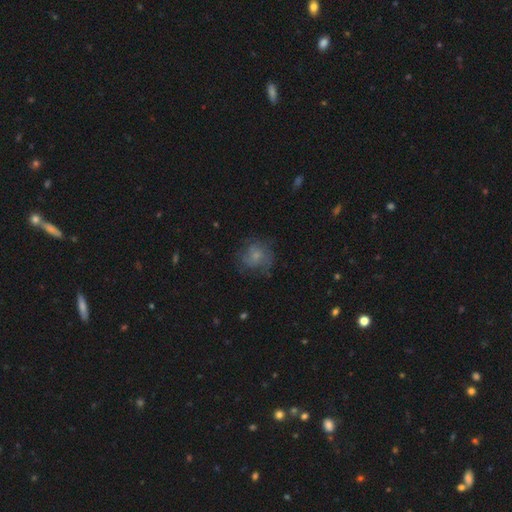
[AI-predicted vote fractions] smooth 56%, featured or disk 34%, star or artifact 11%. Down the decision tree: how rounded — round (82%); merging — none (66%).